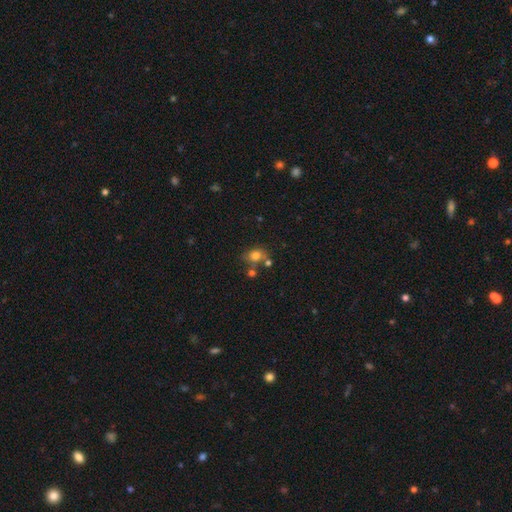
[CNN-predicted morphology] This is likely a smooth galaxy (76%). How rounded: possibly round (57%). Merging: possibly none (55%).